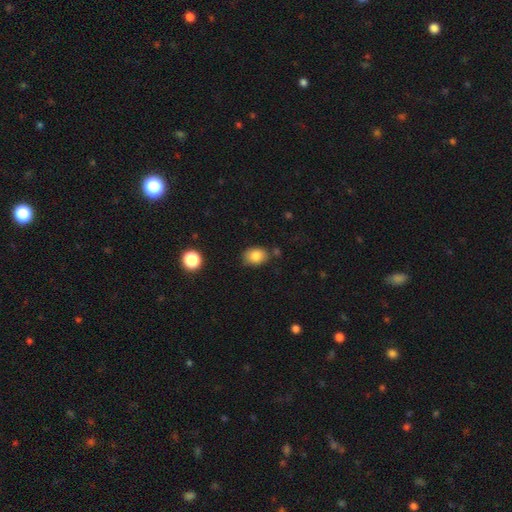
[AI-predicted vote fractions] A smooth galaxy with no disk features (84%) that is in between round and cigar-shaped (66%). Merging: none (74%).